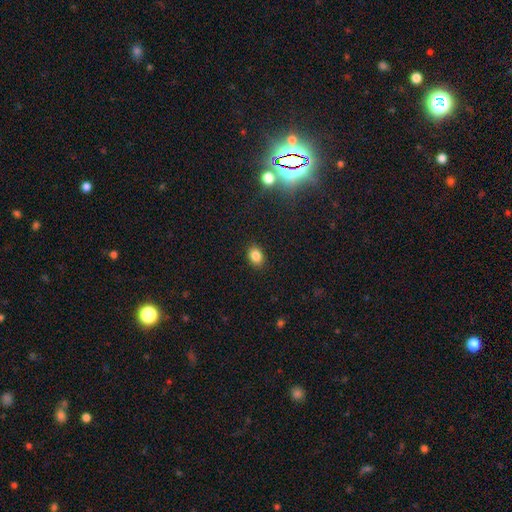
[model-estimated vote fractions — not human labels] This appears to be a smooth galaxy with no disk features (84%) that is in between round and cigar-shaped (69%). Merging: none (88%).